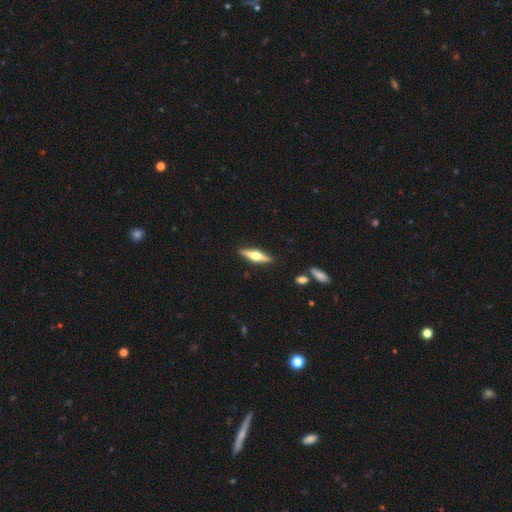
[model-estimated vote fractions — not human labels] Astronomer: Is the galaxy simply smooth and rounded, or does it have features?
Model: featured or disk — 64%.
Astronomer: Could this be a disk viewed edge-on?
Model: yes — 96%.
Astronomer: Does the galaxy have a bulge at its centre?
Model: rounded — 94%.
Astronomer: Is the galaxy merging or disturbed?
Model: none — 89%.